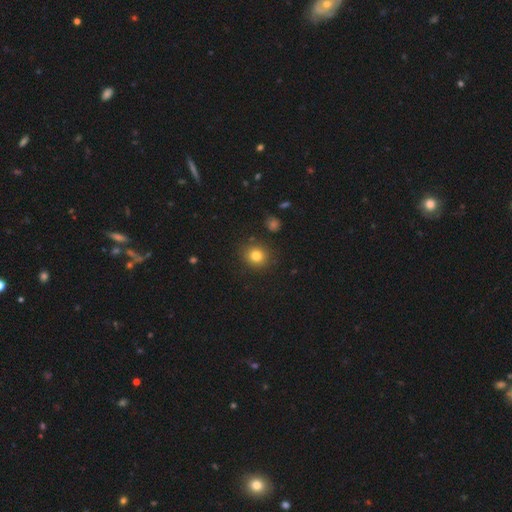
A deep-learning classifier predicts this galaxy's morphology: Q: Smooth or featured?
A: smooth (81%); runner-up: star or artifact (12%)
Q: How rounded?
A: round (84%); runner-up: in between (15%)
Q: Merging?
A: none (88%); runner-up: minor disturbance (8%)